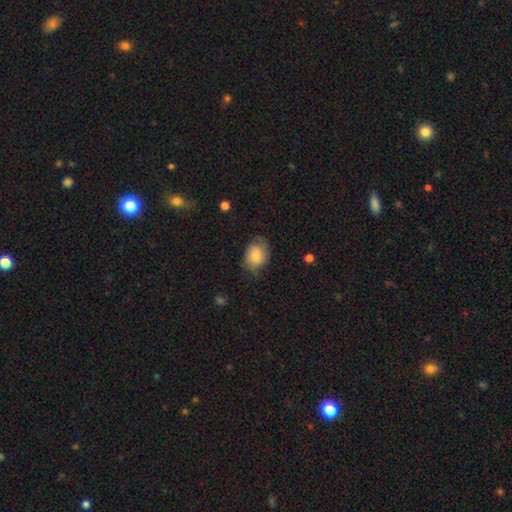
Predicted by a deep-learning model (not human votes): smooth_or_featured: smooth (p=0.78) [alt: featured or disk p=0.15]
how_rounded: in between (p=0.61) [alt: round p=0.38]
merging: none (p=0.65) [alt: minor disturbance p=0.26]